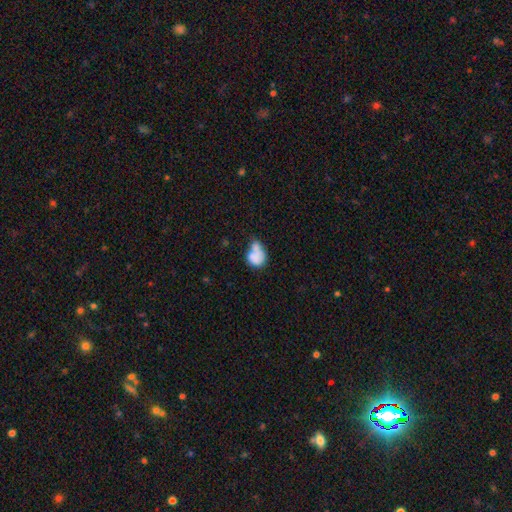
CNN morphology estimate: A smooth galaxy with no disk features (71%) that is in between round and cigar-shaped (62%).

Vote fractions:
- Smooth or featured? smooth: 71% / featured or disk: 20% / star or artifact: 9%
- How rounded? in between: 62% / round: 37% / cigar-shaped: 1%
- Merging? merger: 37% / minor disturbance: 23% / none: 23% / major disturbance: 17%